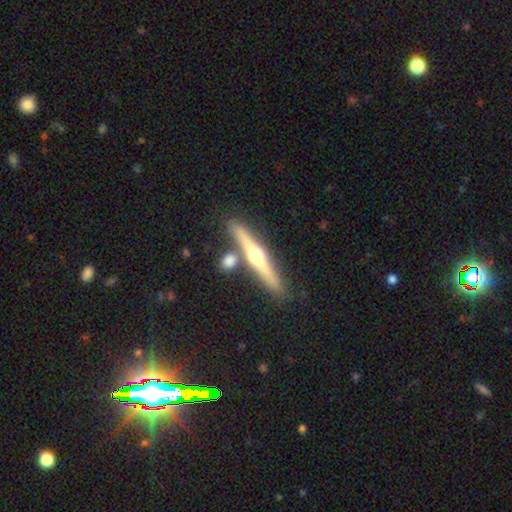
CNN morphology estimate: Smooth or featured? Predicted: featured or disk (p=0.69). Edge-on disk? Predicted: yes (p=0.96). Edge-on bulge? Predicted: rounded (p=0.93). Merging? Predicted: none (p=0.78).